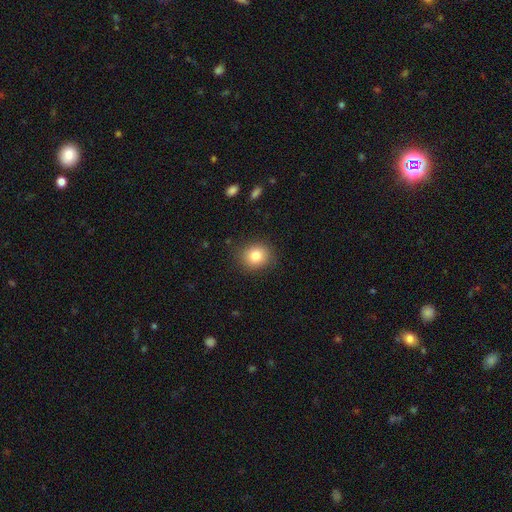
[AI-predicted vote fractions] Q: Smooth or featured?
A: smooth (82%); runner-up: star or artifact (10%)
Q: How rounded?
A: round (73%); runner-up: in between (26%)
Q: Merging?
A: none (87%); runner-up: minor disturbance (9%)